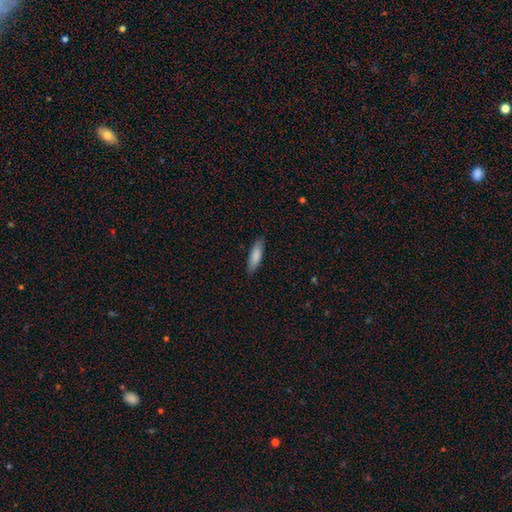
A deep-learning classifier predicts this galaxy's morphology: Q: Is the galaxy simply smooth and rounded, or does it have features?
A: smooth — 85%.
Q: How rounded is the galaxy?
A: cigar-shaped — 61%.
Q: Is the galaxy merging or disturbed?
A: none — 86%.